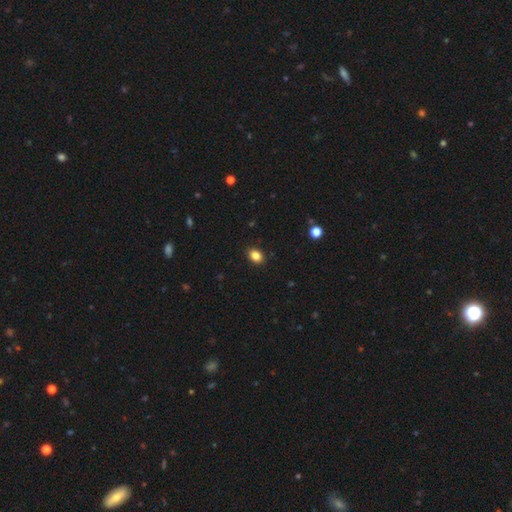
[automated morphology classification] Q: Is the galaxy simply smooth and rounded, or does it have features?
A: smooth — 85%.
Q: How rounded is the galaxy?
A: in between — 69%.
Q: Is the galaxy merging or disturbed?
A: none — 90%.